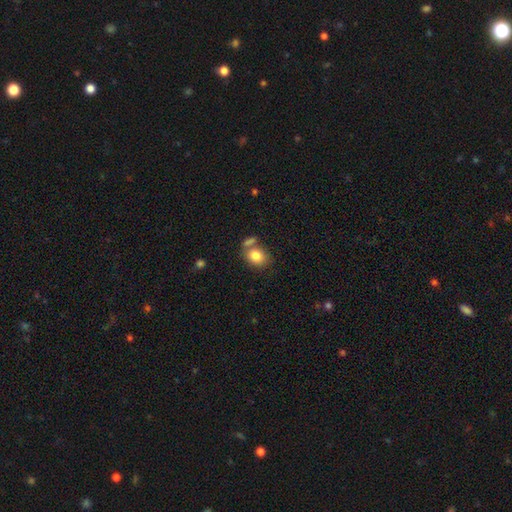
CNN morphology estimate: Smooth or featured? smooth (83%)
How rounded? in between (58%)
Merging? none (54%)